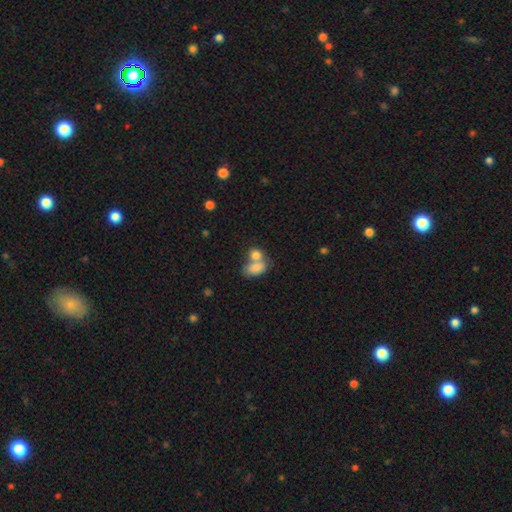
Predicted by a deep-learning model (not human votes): Morphology: type=smooth (81%); roundness=in between (72%); merging=merger (58%).